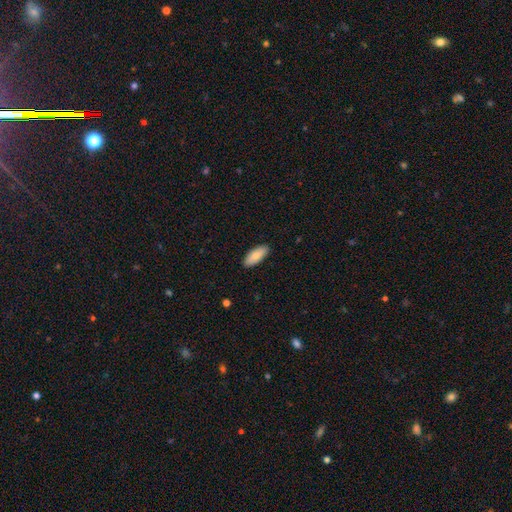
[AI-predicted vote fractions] Smooth or featured? Predicted: smooth (p=0.84). How rounded? Predicted: in between (p=0.83). Merging? Predicted: none (p=0.90).